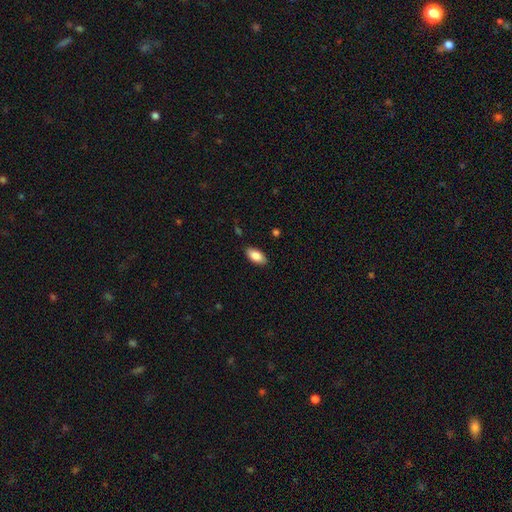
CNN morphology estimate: Smooth or featured: smooth — 86% (featured or disk — 8%)
How rounded: in between — 92% (cigar-shaped — 6%)
Merging: none — 86% (minor disturbance — 10%)